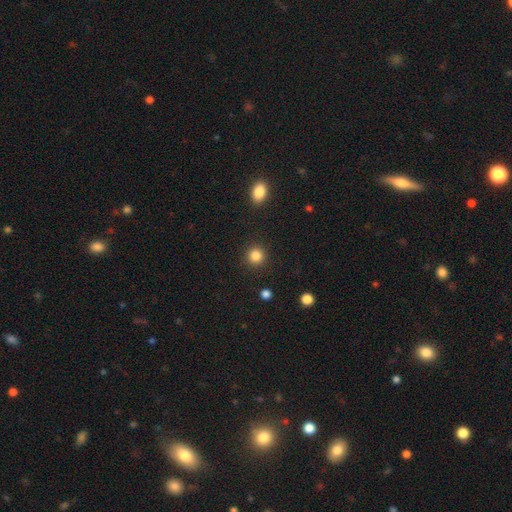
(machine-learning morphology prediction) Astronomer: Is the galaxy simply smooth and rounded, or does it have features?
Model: smooth — 85%.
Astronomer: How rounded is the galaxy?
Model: round — 93%.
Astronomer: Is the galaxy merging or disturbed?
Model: none — 91%.